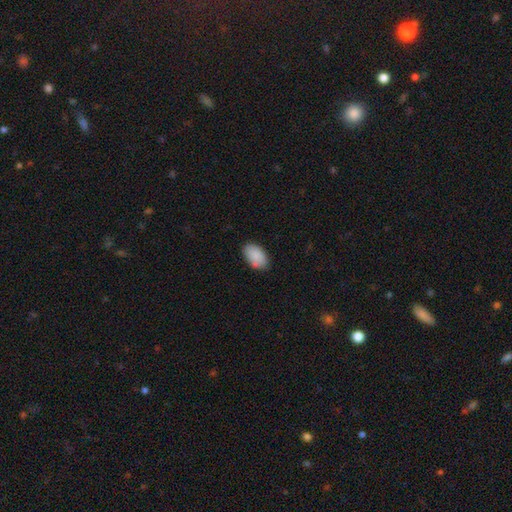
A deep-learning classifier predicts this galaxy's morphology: This appears to be a smooth galaxy with no disk features (89%) that is in between round and cigar-shaped (93%). Merging: none (82%).